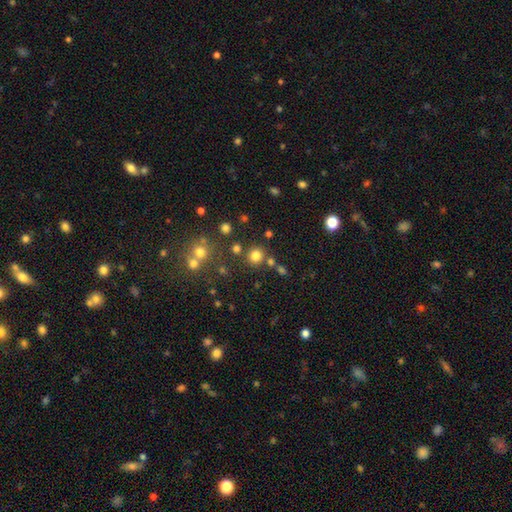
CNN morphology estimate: Smooth or featured?
  - smooth: 77% *
  - star or artifact: 16%
  - featured or disk: 7%
How rounded?
  - round: 91% *
  - in between: 9%
  - cigar-shaped: 1%
Merging?
  - none: 79% *
  - merger: 10%
  - minor disturbance: 8%
  - major disturbance: 4%